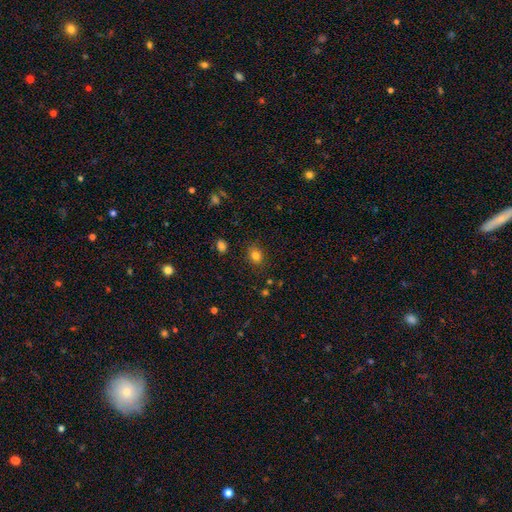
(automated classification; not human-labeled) Smooth or featured? Predicted: smooth (p=0.81). How rounded? Predicted: in between (p=0.51). Merging? Predicted: none (p=0.85).